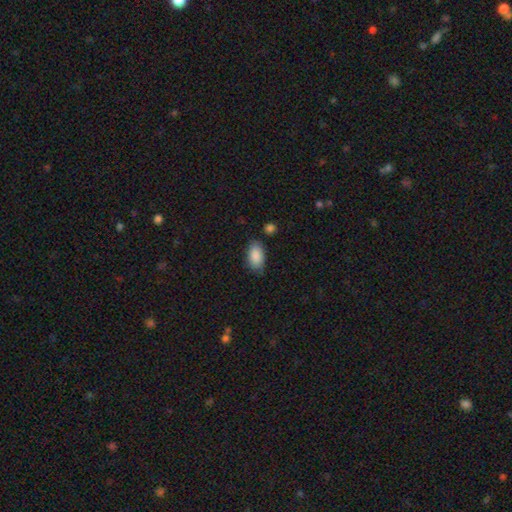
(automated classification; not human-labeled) Overall: smooth (89%). How rounded: in between (93%). Merging: none (78%).